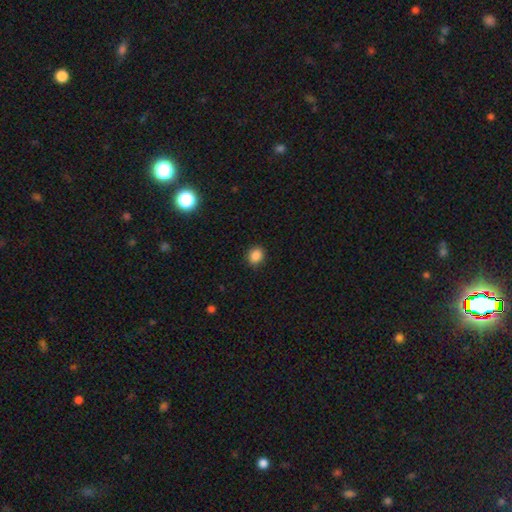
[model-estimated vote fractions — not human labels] Overall: smooth (87%). How rounded: round (65%; in between 34%). Merging: none (89%).